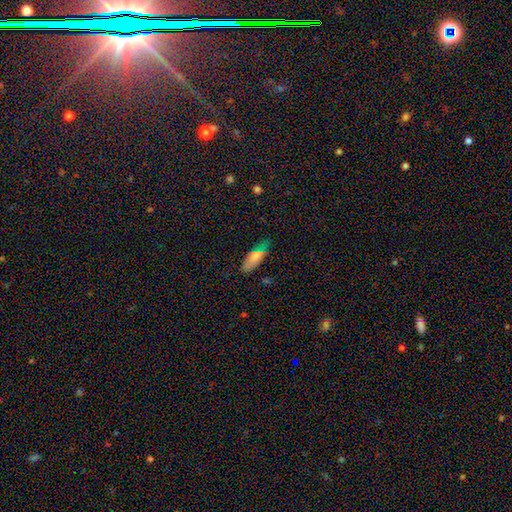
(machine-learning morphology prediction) The model was most divided on "merging": none: 58%, minor disturbance: 31%, major disturbance: 8%, merger: 3%. More confident: smooth or featured — smooth (79%); how rounded — in between (72%).